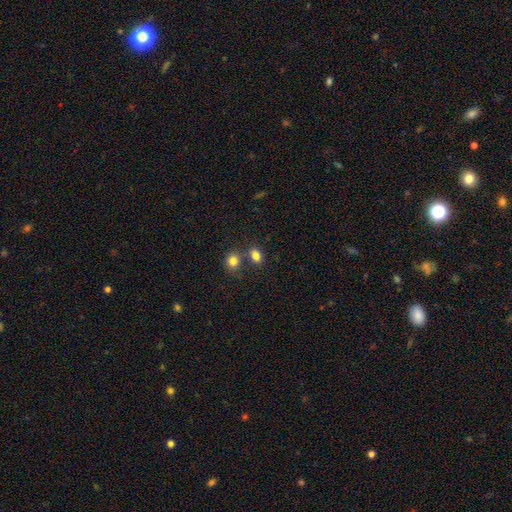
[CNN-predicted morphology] smooth-or-featured: smooth: 82% | star or artifact: 11% | featured or disk: 7%
  how-rounded: in between: 74% | round: 25% | cigar-shaped: 2%
  merging: none: 60% | merger: 25% | minor disturbance: 11% | major disturbance: 4%